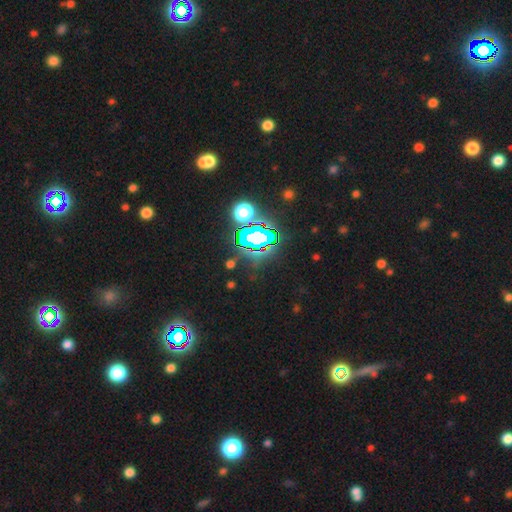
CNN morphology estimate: Smooth or featured? star or artifact (80%)